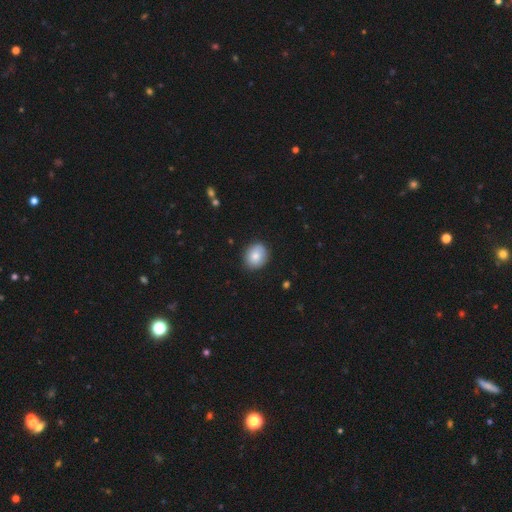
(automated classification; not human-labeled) smooth_or_featured: smooth (p=0.82) [alt: featured or disk p=0.11]
how_rounded: round (p=0.64) [alt: in between p=0.35]
merging: none (p=0.87) [alt: minor disturbance p=0.10]